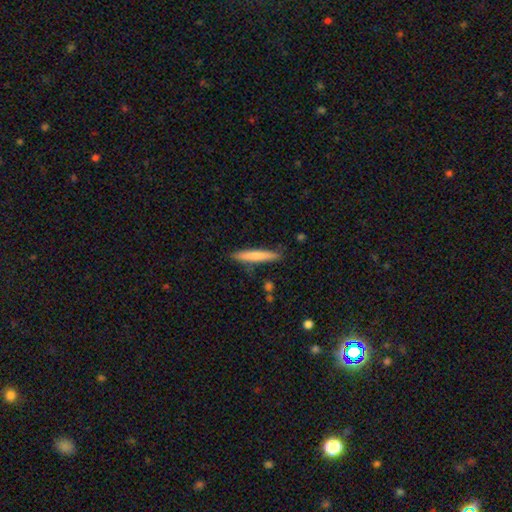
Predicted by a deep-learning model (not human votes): Smooth or featured? smooth (73%)
How rounded? cigar-shaped (93%)
Merging? none (86%)